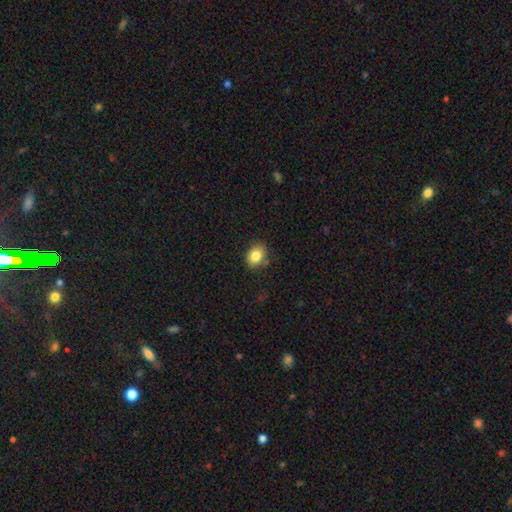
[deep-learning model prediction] Smooth or featured? smooth (84%)
How rounded? in between (64%)
Merging? none (82%)